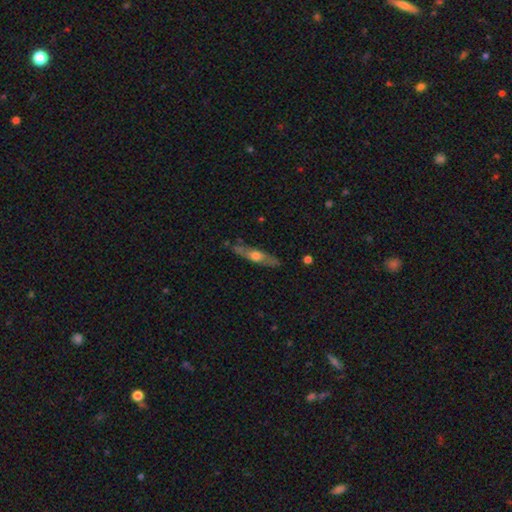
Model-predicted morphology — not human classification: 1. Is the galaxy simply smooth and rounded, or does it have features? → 55% featured or disk, 39% smooth, 6% star or artifact.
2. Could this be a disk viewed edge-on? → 80% yes, 20% no.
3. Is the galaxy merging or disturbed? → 81% none, 14% minor disturbance, 3% major disturbance, 2% merger.